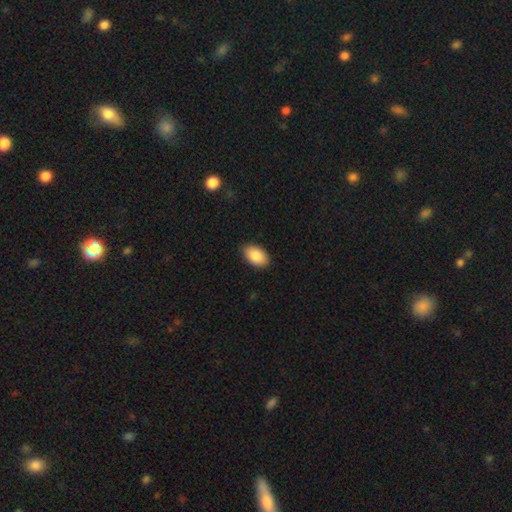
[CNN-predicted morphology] This is clearly a smooth galaxy (87%). How rounded: clearly in between (93%). Merging: clearly none (87%).